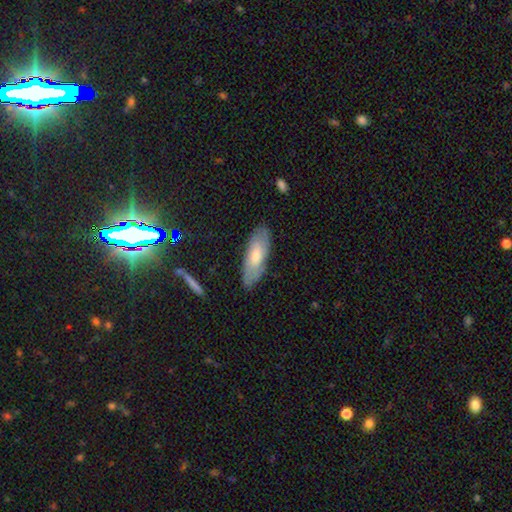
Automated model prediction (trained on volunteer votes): Morphology: type=smooth (56%); roundness=in between (64%); merging=none (82%).